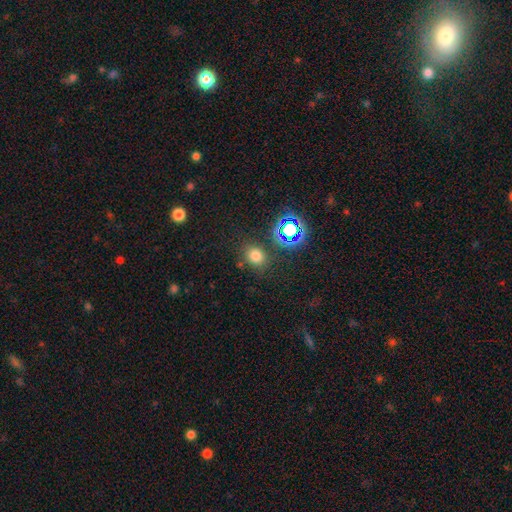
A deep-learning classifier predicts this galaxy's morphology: Smooth or featured?
  - smooth: 72% *
  - star or artifact: 22%
  - featured or disk: 6%
How rounded?
  - round: 59% *
  - in between: 39%
  - cigar-shaped: 1%
Merging?
  - none: 79% *
  - minor disturbance: 12%
  - merger: 5%
  - major disturbance: 4%